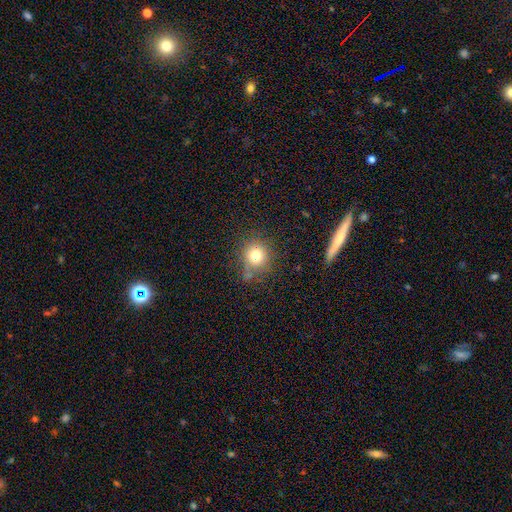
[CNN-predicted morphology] type=smooth (78%); roundness=round (89%); merging=none (73%).